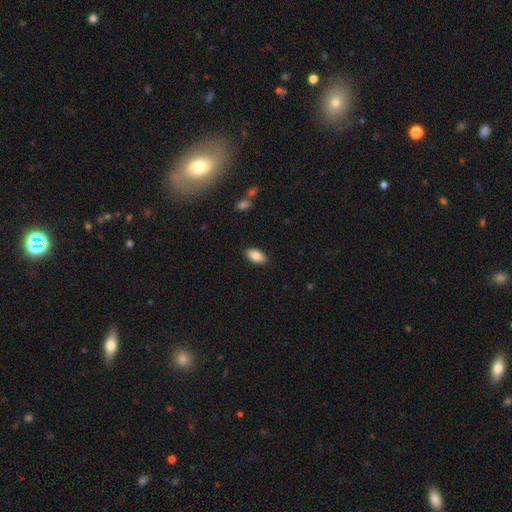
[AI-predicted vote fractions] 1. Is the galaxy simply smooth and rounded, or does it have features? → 86% smooth, 7% star or artifact, 6% featured or disk.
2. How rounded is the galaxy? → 93% in between, 4% cigar-shaped, 3% round.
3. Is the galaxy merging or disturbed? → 88% none, 9% minor disturbance, 2% major disturbance, 1% merger.